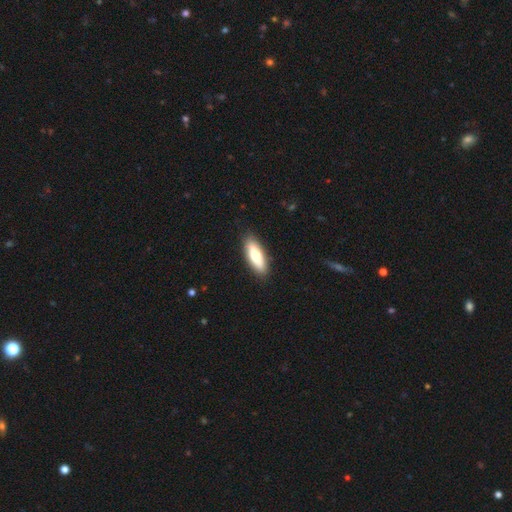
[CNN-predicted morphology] type=smooth (72%); roundness=in between (61%); merging=none (88%).